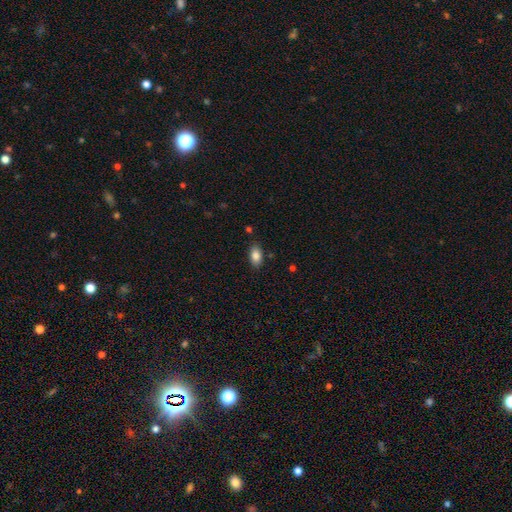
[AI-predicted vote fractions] smooth_or_featured: smooth (p=0.85) [alt: star or artifact p=0.08]
how_rounded: in between (p=0.91) [alt: round p=0.06]
merging: none (p=0.84) [alt: minor disturbance p=0.11]